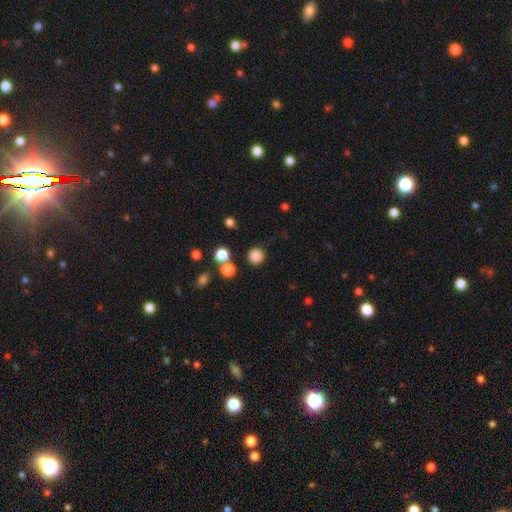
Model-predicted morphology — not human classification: type=smooth (84%); roundness=round (94%); merging=none (87%).